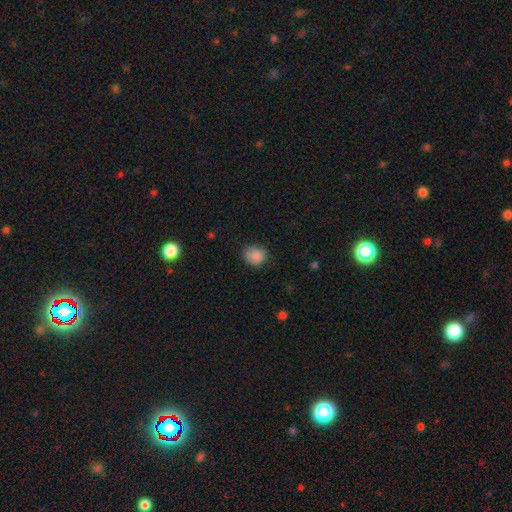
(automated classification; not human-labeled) This appears to be a smooth galaxy with no disk features (86%) that is round (67%). Merging: none (74%).